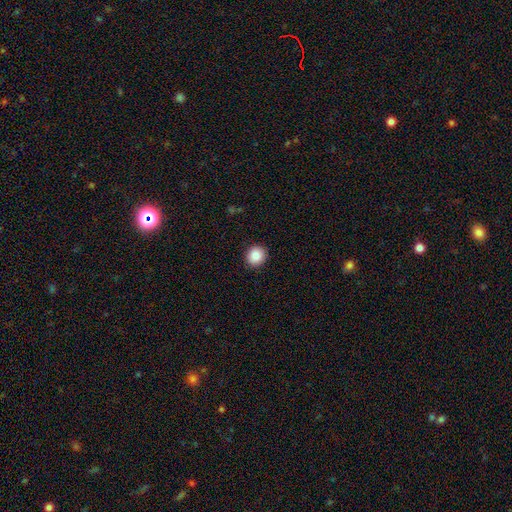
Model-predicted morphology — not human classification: Smooth or featured? Predicted: smooth (p=0.88). How rounded? Predicted: round (p=0.80). Merging? Predicted: none (p=0.91).